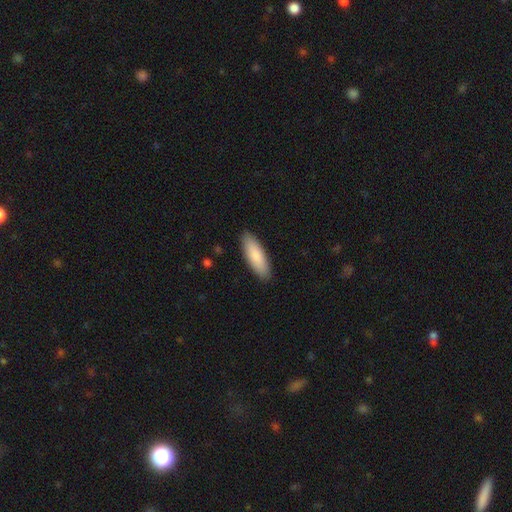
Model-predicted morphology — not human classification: This appears to be a smooth galaxy with no disk features (87%) that is in between round and cigar-shaped (60%). Merging: none (90%).